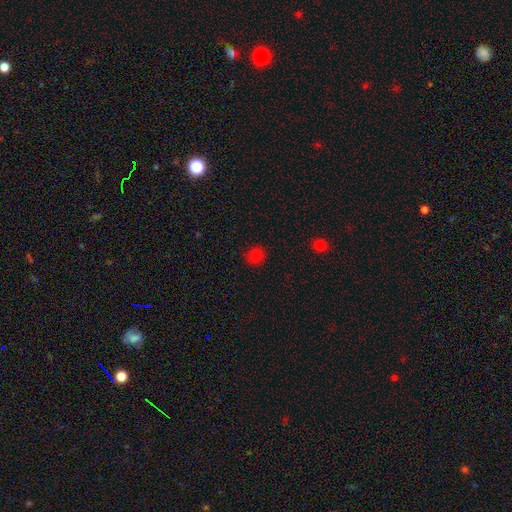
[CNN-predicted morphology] smooth-or-featured: smooth: 79% | star or artifact: 17% | featured or disk: 4%
  how-rounded: round: 85% | in between: 14% | cigar-shaped: 1%
  merging: none: 86% | minor disturbance: 9% | major disturbance: 3% | merger: 2%